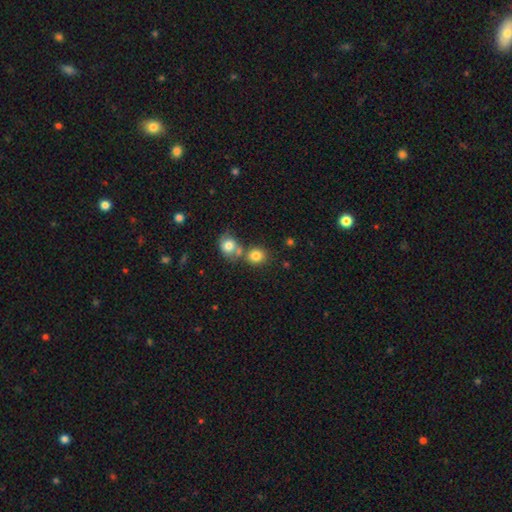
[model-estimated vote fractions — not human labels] Smooth or featured? smooth (80%)
How rounded? round (75%)
Merging? none (54%)